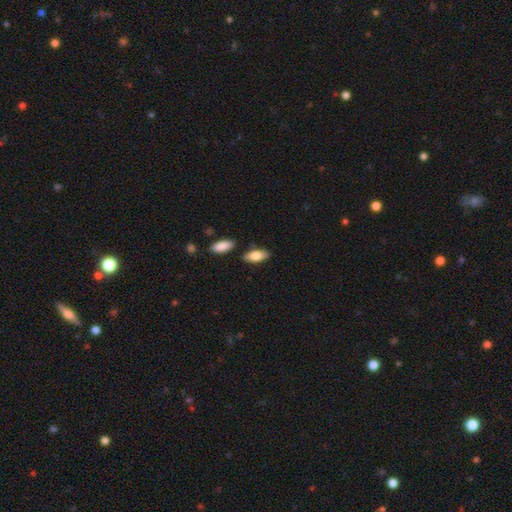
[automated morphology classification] This appears to be a smooth galaxy with no disk features (81%) that is in between round and cigar-shaped (84%). Merging: none (81%).